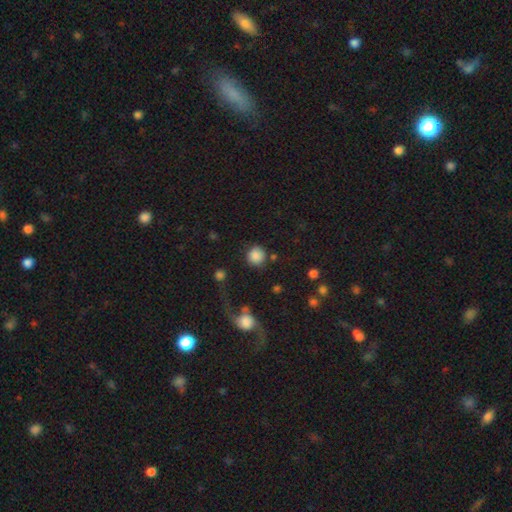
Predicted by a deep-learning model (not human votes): Overall: smooth (85%). How rounded: round (92%). Merging: none (80%).